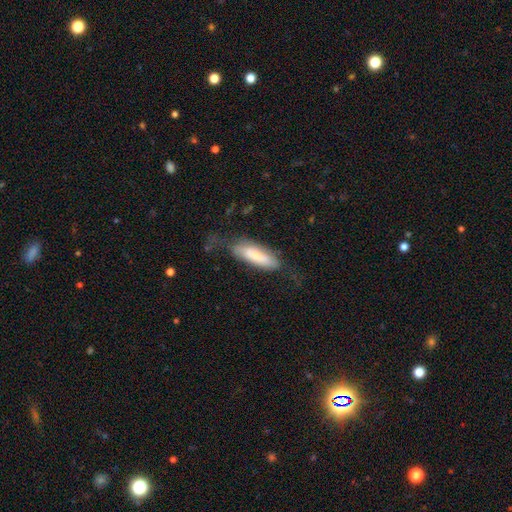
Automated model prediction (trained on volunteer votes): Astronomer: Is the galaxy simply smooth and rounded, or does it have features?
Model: smooth — 66%.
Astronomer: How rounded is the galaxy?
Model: in between — 50% (runner-up: cigar-shaped, 48%).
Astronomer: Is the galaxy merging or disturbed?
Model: none — 53%.